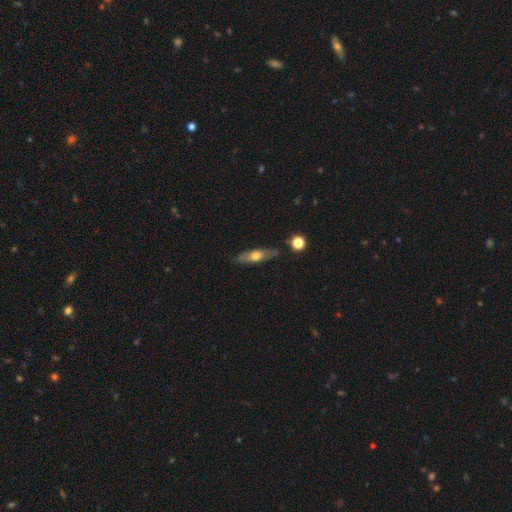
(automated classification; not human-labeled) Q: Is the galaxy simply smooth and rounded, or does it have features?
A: featured or disk — 48%.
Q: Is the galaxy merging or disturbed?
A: none — 82%.